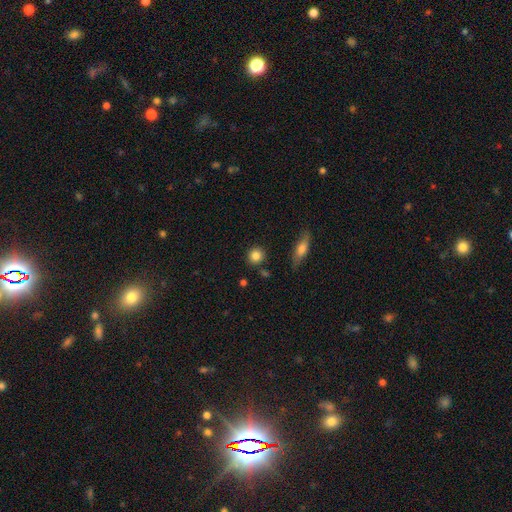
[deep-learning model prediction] Q: Smooth or featured?
A: smooth (84%); runner-up: star or artifact (9%)
Q: How rounded?
A: round (86%); runner-up: in between (12%)
Q: Merging?
A: none (85%); runner-up: minor disturbance (9%)